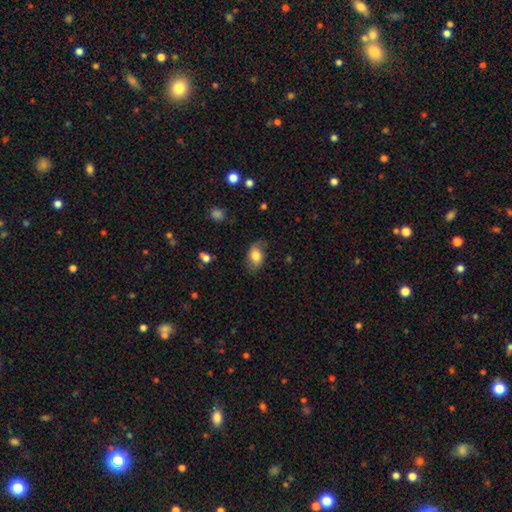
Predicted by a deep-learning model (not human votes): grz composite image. It shows a smooth galaxy with no disk features (74%) that is in between round and cigar-shaped (87%). Merging: none (73%).